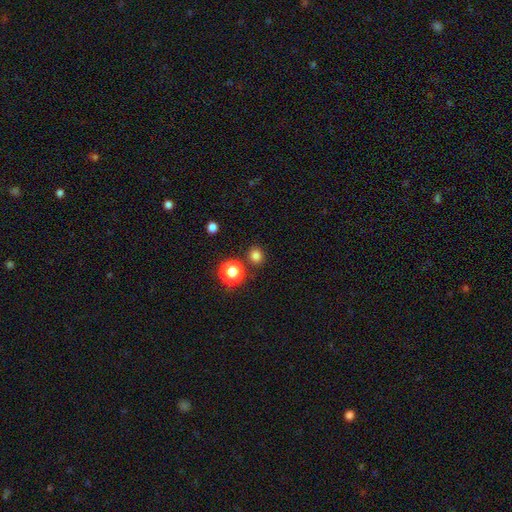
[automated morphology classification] smooth 79%, star or artifact 17%, featured or disk 4%. Down the decision tree: how rounded — round (83%); merging — none (86%).